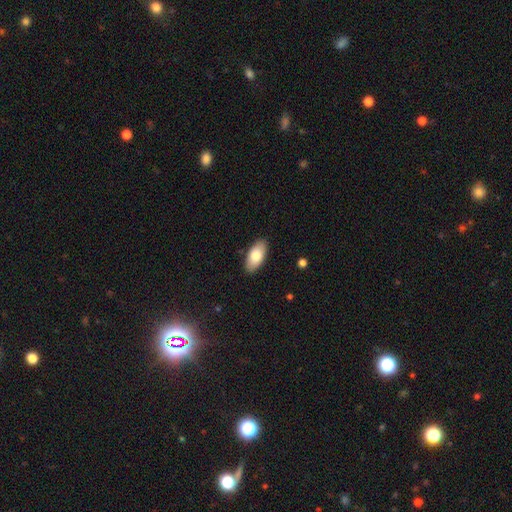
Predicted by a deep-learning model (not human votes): smooth_or_featured: smooth (p=0.80) [alt: featured or disk p=0.14]
how_rounded: in between (p=0.92) [alt: cigar-shaped p=0.06]
merging: none (p=0.88) [alt: minor disturbance p=0.09]